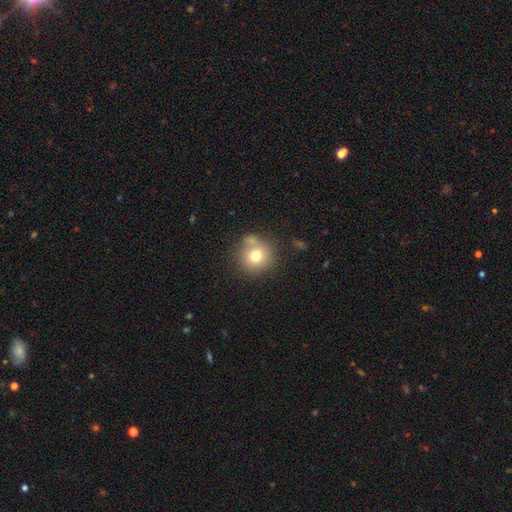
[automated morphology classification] Smooth or featured?
  - smooth: 74% *
  - featured or disk: 14%
  - star or artifact: 12%
How rounded?
  - round: 90% *
  - in between: 9%
  - cigar-shaped: 1%
Merging?
  - none: 67% *
  - merger: 16%
  - minor disturbance: 13%
  - major disturbance: 4%